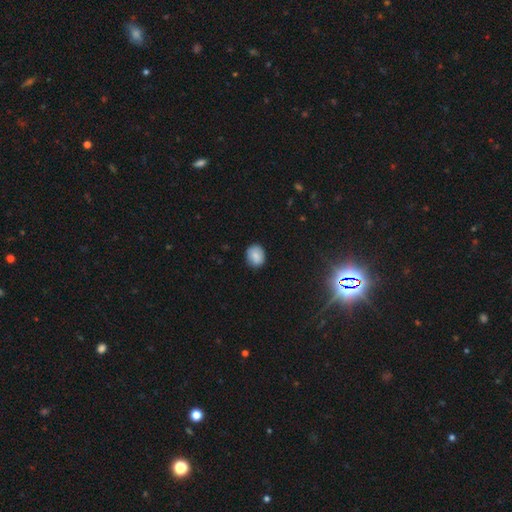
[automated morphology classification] Smooth or featured? Predicted: smooth (p=0.81). How rounded? Predicted: round (p=0.68). Merging? Predicted: none (p=0.82).